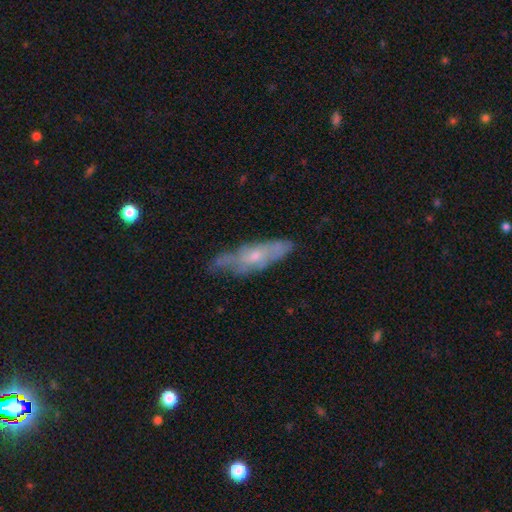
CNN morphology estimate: A featured or disk galaxy (54%). Merging: none (55%).